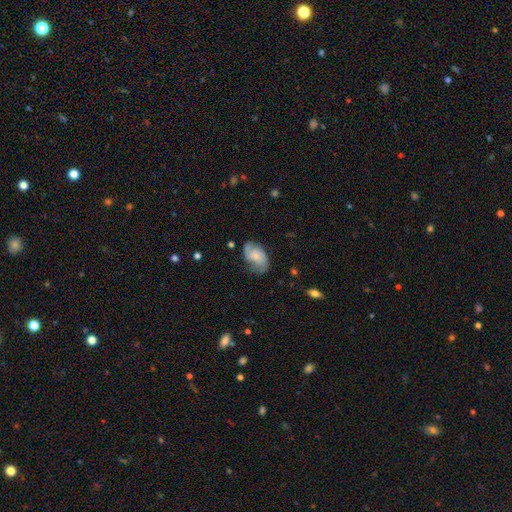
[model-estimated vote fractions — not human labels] Smooth or featured?
  - featured or disk: 46% * (tied)
  - smooth: 46% * (tied)
  - star or artifact: 8%
Merging?
  - none: 56% *
  - minor disturbance: 29%
  - major disturbance: 13%
  - merger: 2%